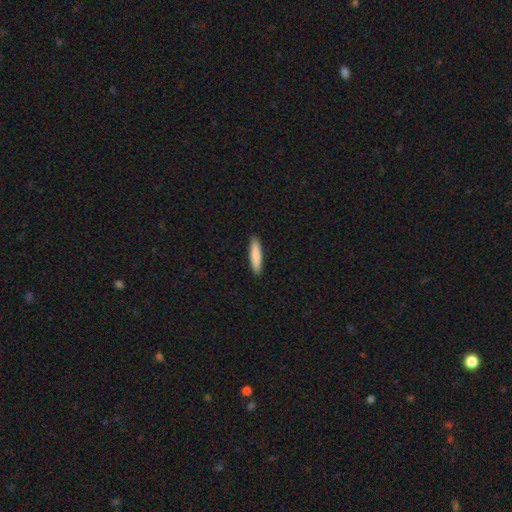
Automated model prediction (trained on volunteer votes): smooth 83%, featured or disk 12%, star or artifact 5%. Down the decision tree: how rounded — cigar-shaped (80%); merging — none (91%).